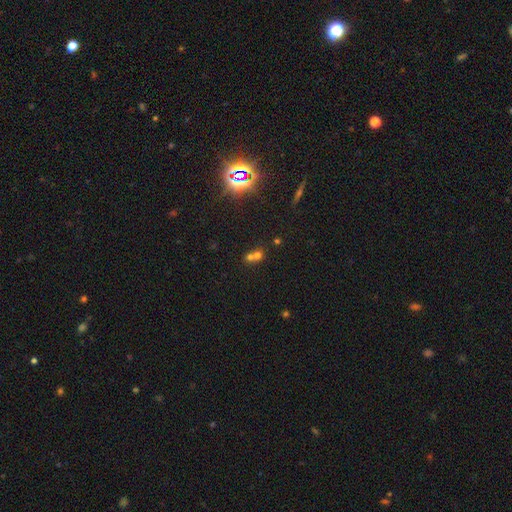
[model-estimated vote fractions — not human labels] Overall: smooth (56%; star or artifact 29%). How rounded: round (75%). Merging: merger (60%; none 32%).